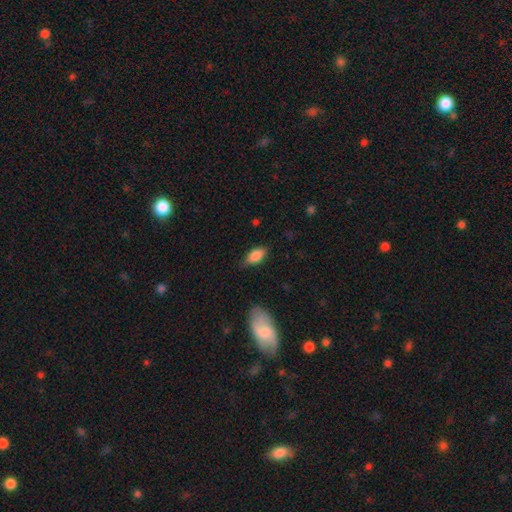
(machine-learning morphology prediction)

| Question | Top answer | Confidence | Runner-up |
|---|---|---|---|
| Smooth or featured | smooth | 83% | featured or disk (10%) |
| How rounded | in between | 86% | cigar-shaped (10%) |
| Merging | none | 74% | minor disturbance (20%) |